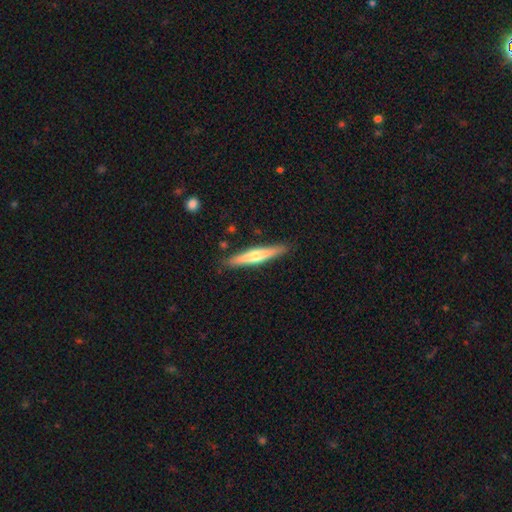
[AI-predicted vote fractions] Smooth or featured? Predicted: featured or disk (p=0.53). Edge-on disk? Predicted: yes (p=0.96). Edge-on bulge? Predicted: rounded (p=0.80). Merging? Predicted: none (p=0.89).